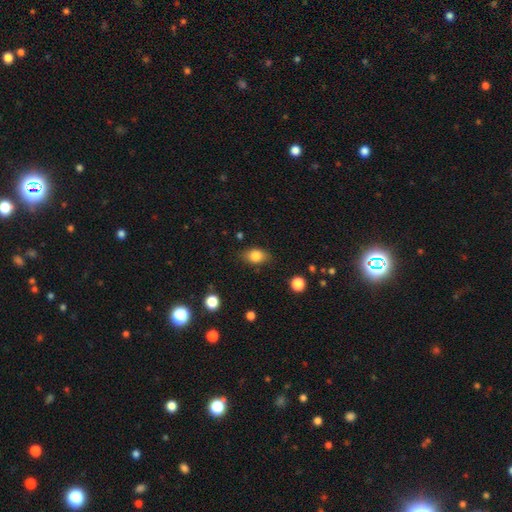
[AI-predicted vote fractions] Morphology: type=smooth (82%); roundness=in between (77%); merging=none (79%).